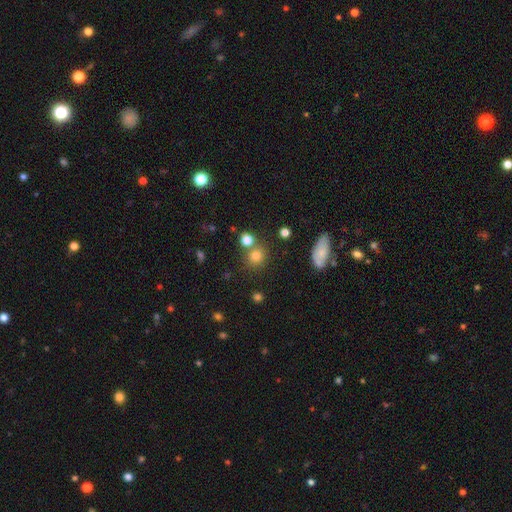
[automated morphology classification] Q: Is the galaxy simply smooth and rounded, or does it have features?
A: smooth — 77%.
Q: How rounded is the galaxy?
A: round — 82%.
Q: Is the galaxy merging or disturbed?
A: none — 66%.